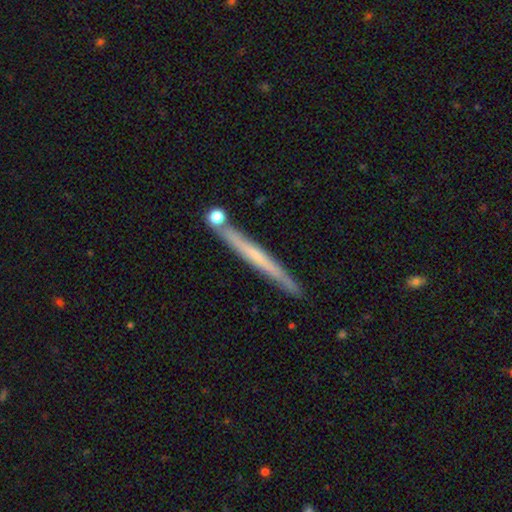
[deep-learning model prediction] Smooth or featured: featured or disk — 52% (smooth — 41%)
Edge-on disk: yes — 95% (no — 5%)
Edge-on bulge: none — 78% (rounded — 17%)
Merging: none — 81% (minor disturbance — 10%)